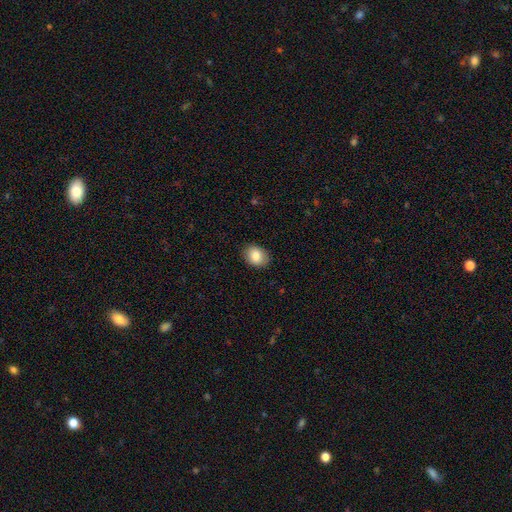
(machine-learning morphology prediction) smooth-or-featured: smooth: 84% | featured or disk: 8% | star or artifact: 8%
  how-rounded: in between: 63% | round: 36% | cigar-shaped: 1%
  merging: none: 87% | minor disturbance: 10% | major disturbance: 2% | merger: 1%